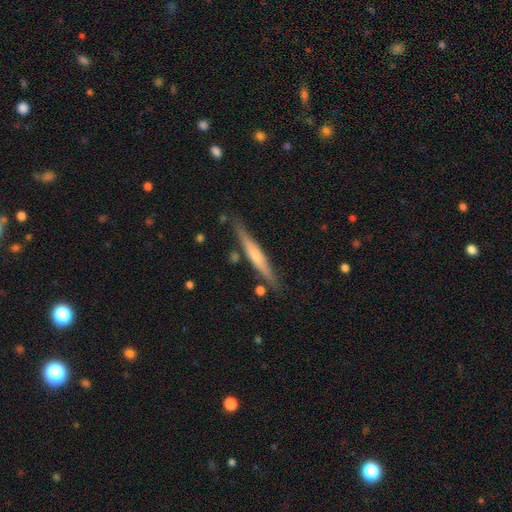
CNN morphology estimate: Overall: featured or disk (53%; smooth 41%). Edge-on disk: yes (96%). Edge-on bulge: rounded (53%; none 35%). Merging: none (83%).